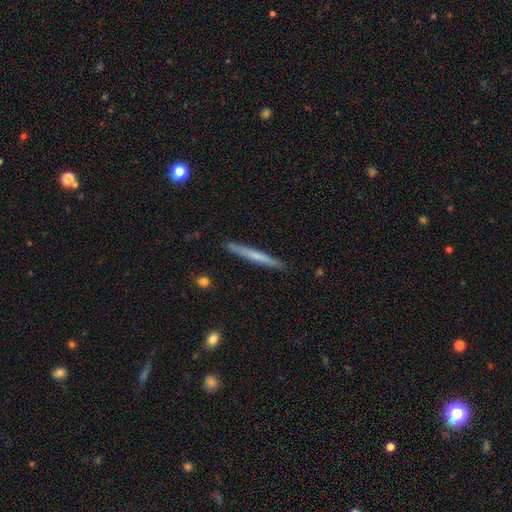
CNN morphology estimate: This is possibly a smooth galaxy (55%). How rounded: clearly cigar-shaped (97%). Merging: clearly none (91%).